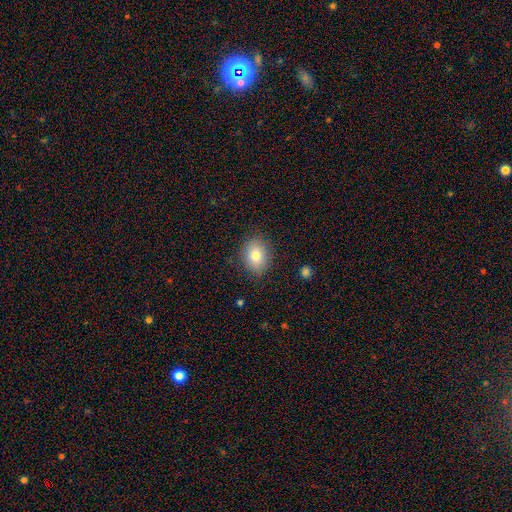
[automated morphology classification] Smooth or featured? smooth (80%)
How rounded? in between (56%)
Merging? none (86%)